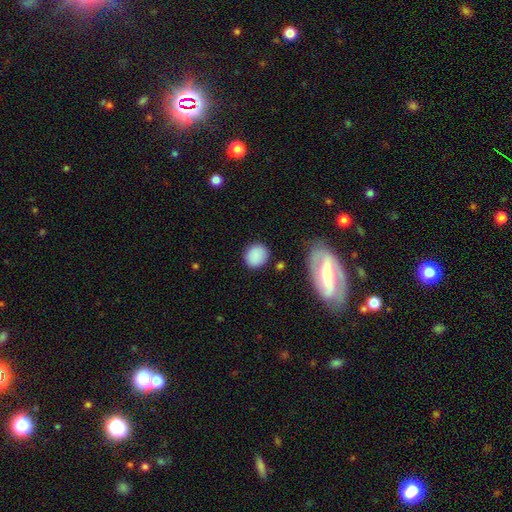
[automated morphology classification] smooth_or_featured: smooth (p=0.87) [alt: star or artifact p=0.07]
how_rounded: round (p=0.79) [alt: in between p=0.19]
merging: none (p=0.83) [alt: minor disturbance p=0.11]